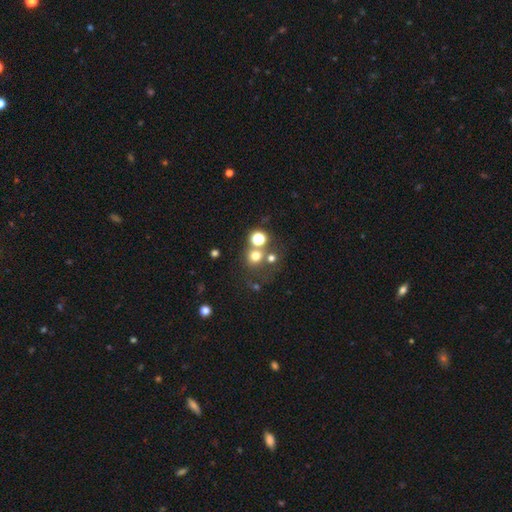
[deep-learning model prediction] Smooth or featured? smooth (65%)
How rounded? round (87%)
Merging? none (58%)